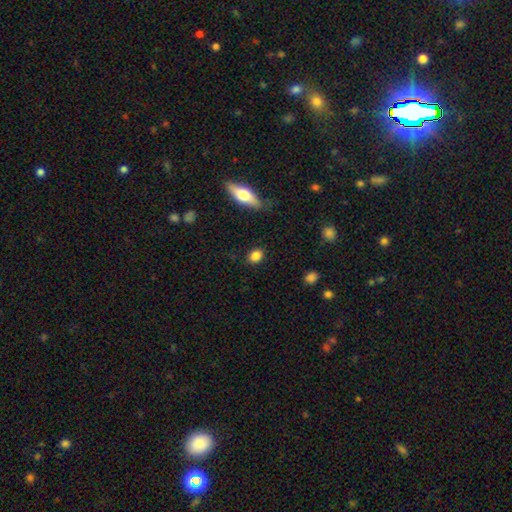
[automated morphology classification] type=smooth (85%); roundness=in between (60%); merging=none (86%).